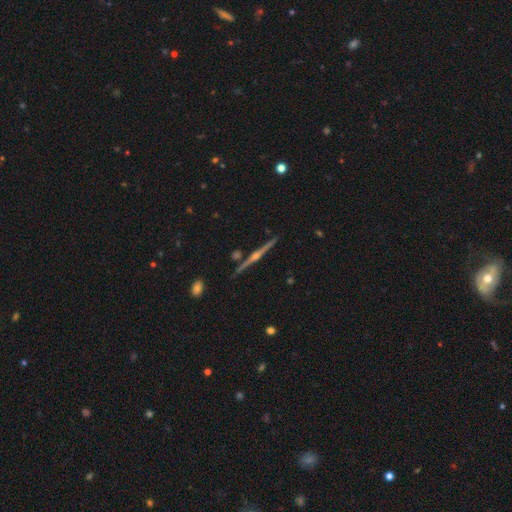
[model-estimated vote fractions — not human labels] Q: Smooth or featured?
A: featured or disk (87%); runner-up: smooth (7%)
Q: Edge-on disk?
A: yes (99%); runner-up: no (1%)
Q: Edge-on bulge?
A: rounded (93%); runner-up: boxy (4%)
Q: Merging?
A: none (91%); runner-up: minor disturbance (6%)